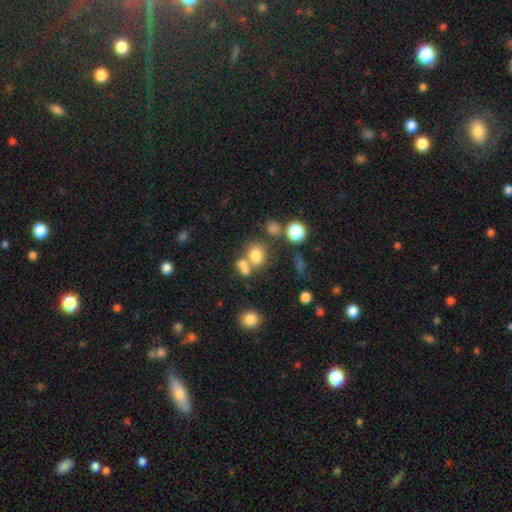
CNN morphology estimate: The model was most divided on "merging": none: 46%, merger: 39%, minor disturbance: 10%, major disturbance: 6%. More confident: smooth or featured — smooth (74%); how rounded — round (60%).